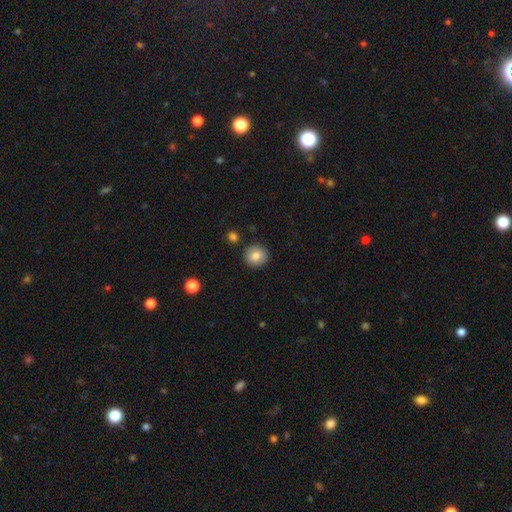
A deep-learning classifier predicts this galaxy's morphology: A smooth galaxy with no disk features (82%) that is round (90%).

Vote fractions:
- Smooth or featured? smooth: 82% / featured or disk: 10% / star or artifact: 8%
- How rounded? round: 90% / in between: 9% / cigar-shaped: 1%
- Merging? none: 89% / minor disturbance: 7% / merger: 2% / major disturbance: 2%